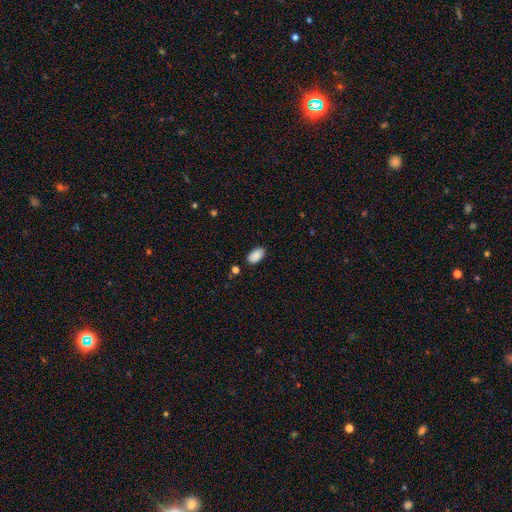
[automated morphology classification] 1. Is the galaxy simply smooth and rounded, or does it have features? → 89% smooth, 7% star or artifact, 4% featured or disk.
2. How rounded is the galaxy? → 94% in between, 4% round, 2% cigar-shaped.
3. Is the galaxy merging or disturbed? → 85% none, 11% minor disturbance, 2% major disturbance, 2% merger.